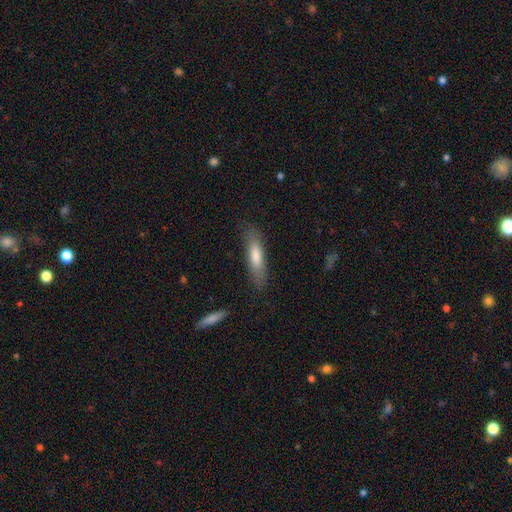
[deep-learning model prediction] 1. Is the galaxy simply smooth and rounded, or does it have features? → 70% smooth, 23% featured or disk, 6% star or artifact.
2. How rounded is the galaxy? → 75% cigar-shaped, 23% in between, 1% round.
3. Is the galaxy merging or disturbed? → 80% none, 14% minor disturbance, 4% major disturbance, 2% merger.